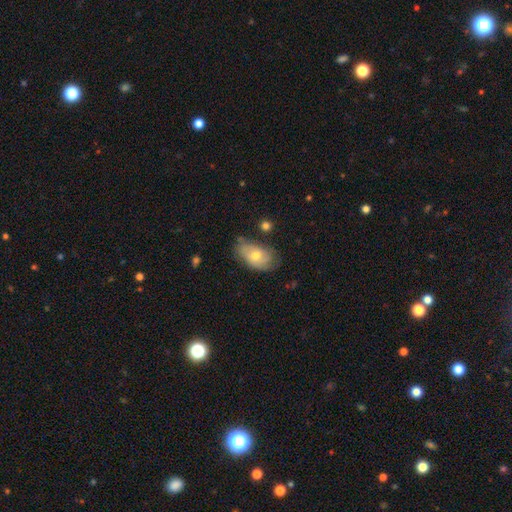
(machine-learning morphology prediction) The model was most divided on "merging": none: 57%, minor disturbance: 32%, major disturbance: 8%, merger: 4%. More confident: how rounded — in between (89%); smooth or featured — smooth (63%).